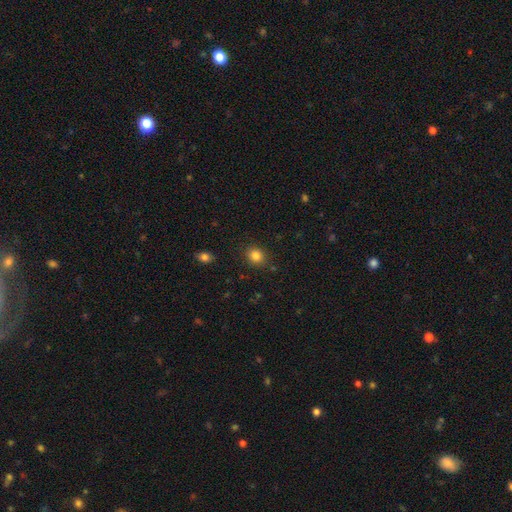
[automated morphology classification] This appears to be a smooth galaxy with no disk features (83%) that is round (71%). Merging: none (87%).